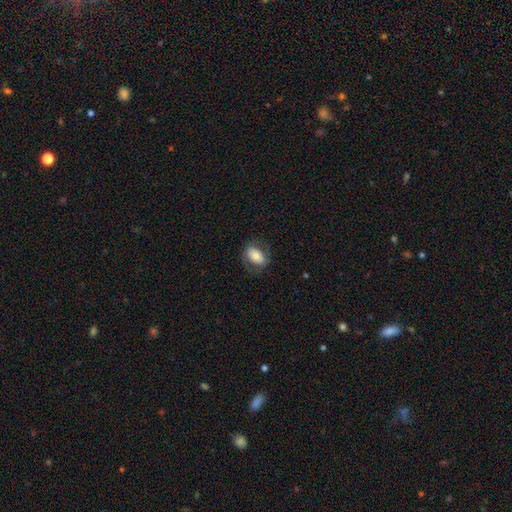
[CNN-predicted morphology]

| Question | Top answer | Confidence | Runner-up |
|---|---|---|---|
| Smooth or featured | smooth | 67% | featured or disk (25%) |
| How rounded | in between | 81% | round (18%) |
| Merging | none | 73% | minor disturbance (16%) |